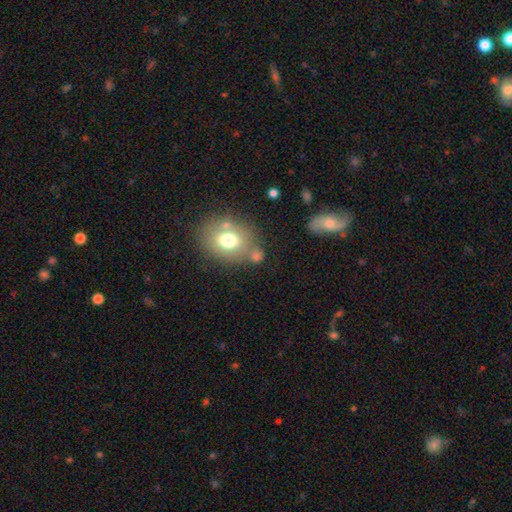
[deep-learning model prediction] A smooth galaxy with no disk features (70%) that is round (53%).

Vote fractions:
- Smooth or featured? smooth: 70% / featured or disk: 17% / star or artifact: 12%
- How rounded? round: 53% / in between: 46% / cigar-shaped: 2%
- Merging? none: 56% / merger: 21% / minor disturbance: 16% / major disturbance: 7%